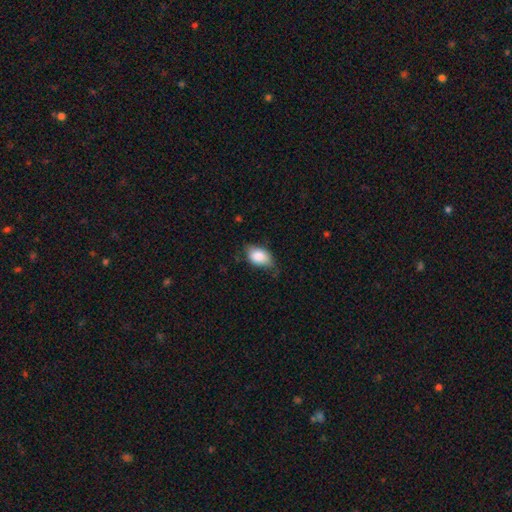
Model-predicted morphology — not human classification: smooth_or_featured: smooth (p=0.84) [alt: featured or disk p=0.09]
how_rounded: in between (p=0.87) [alt: round p=0.11]
merging: none (p=0.53) [alt: minor disturbance p=0.36]